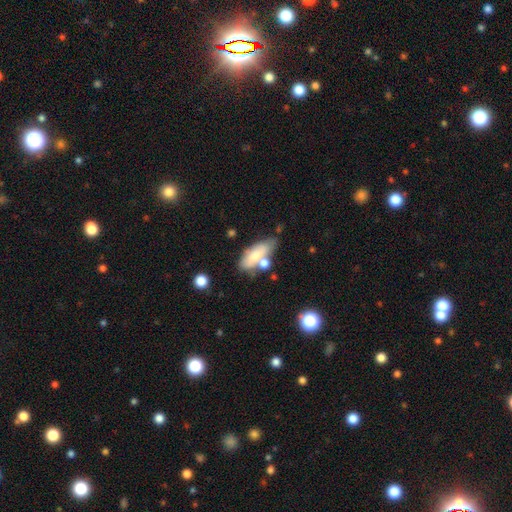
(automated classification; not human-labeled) smooth 65%, featured or disk 28%, star or artifact 7%. Down the decision tree: how rounded — in between (78%); merging — none (46%).